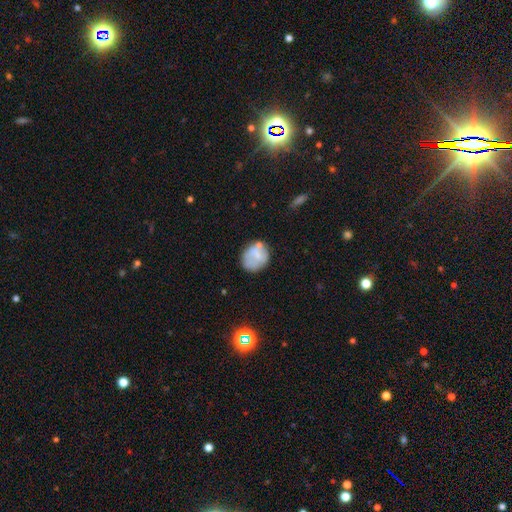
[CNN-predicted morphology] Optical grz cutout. It shows a smooth galaxy with no disk features (65%) that is round (69%). Merging: none (62%).